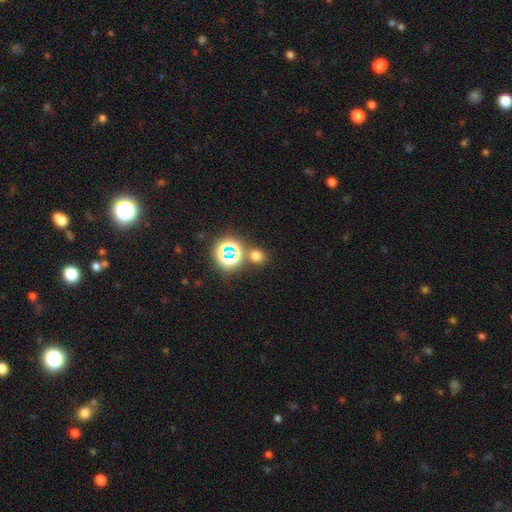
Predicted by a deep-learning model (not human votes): Smooth or featured: smooth — 65% (star or artifact — 29%)
How rounded: round — 77% (in between — 22%)
Merging: none — 77% (merger — 12%)